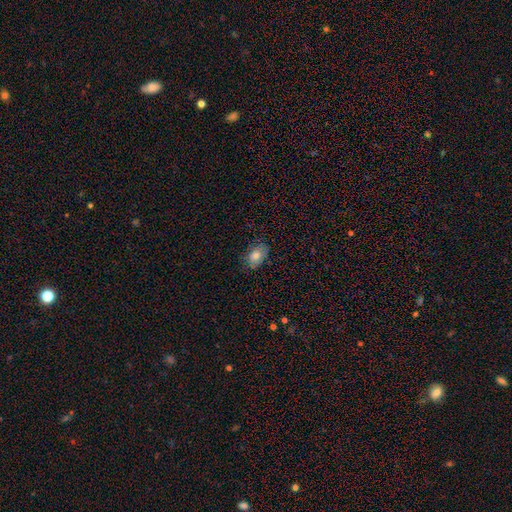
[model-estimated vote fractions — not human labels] The model was most divided on "merging": none: 75%, minor disturbance: 20%, major disturbance: 4%, merger: 1%. More confident: how rounded — in between (83%); smooth or featured — smooth (76%).